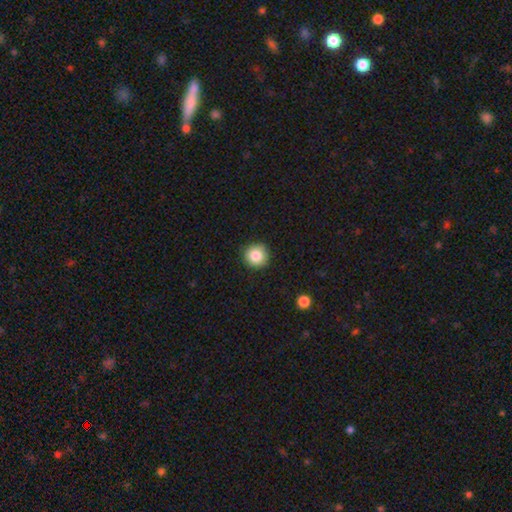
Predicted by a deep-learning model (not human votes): smooth 84%, star or artifact 10%, featured or disk 7%. Down the decision tree: how rounded — round (94%); merging — none (90%).